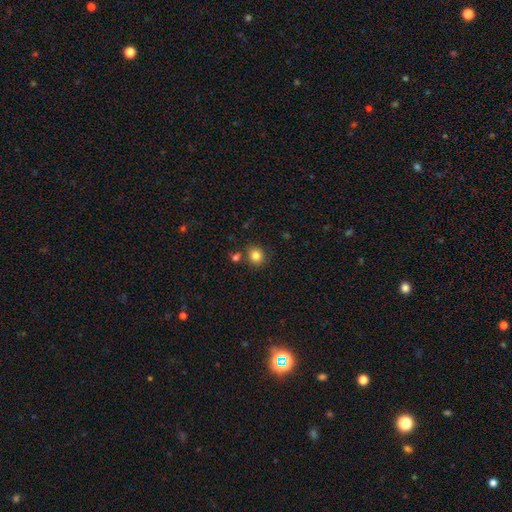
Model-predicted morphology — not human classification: smooth_or_featured: smooth (p=0.83) [alt: star or artifact p=0.11]
how_rounded: round (p=0.83) [alt: in between p=0.16]
merging: none (p=0.77) [alt: merger p=0.10]